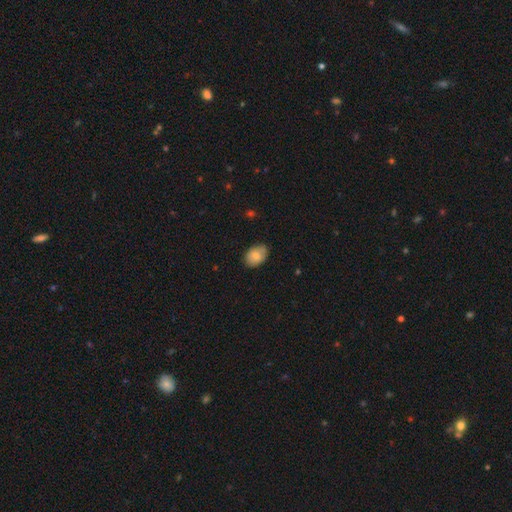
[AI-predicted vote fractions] Morphology: type=smooth (79%); roundness=in between (81%); merging=none (80%).